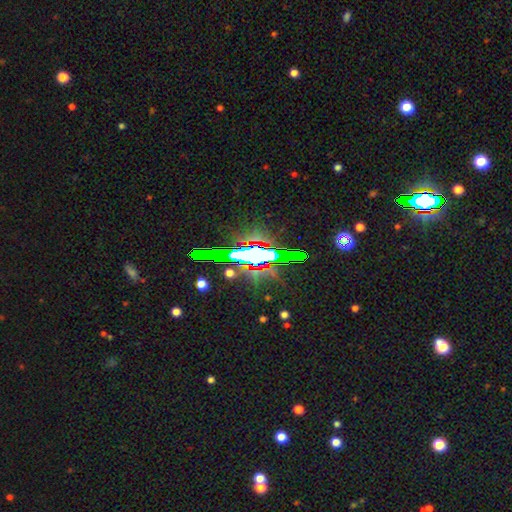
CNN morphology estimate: This appears to be a star or artifact, not a galaxy (64%).